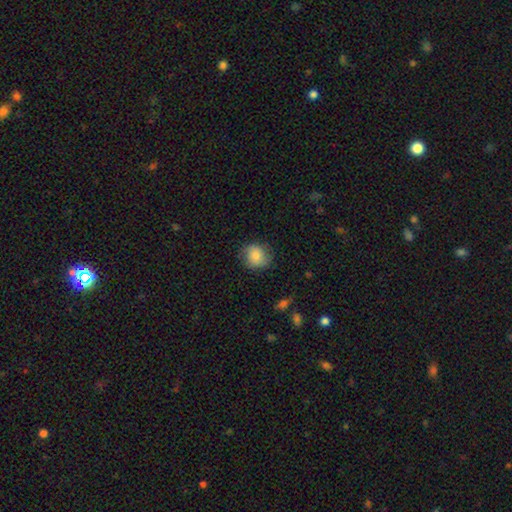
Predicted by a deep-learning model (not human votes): smooth_or_featured: smooth (p=0.81) [alt: featured or disk p=0.11]
how_rounded: round (p=0.77) [alt: in between p=0.22]
merging: none (p=0.78) [alt: minor disturbance p=0.17]